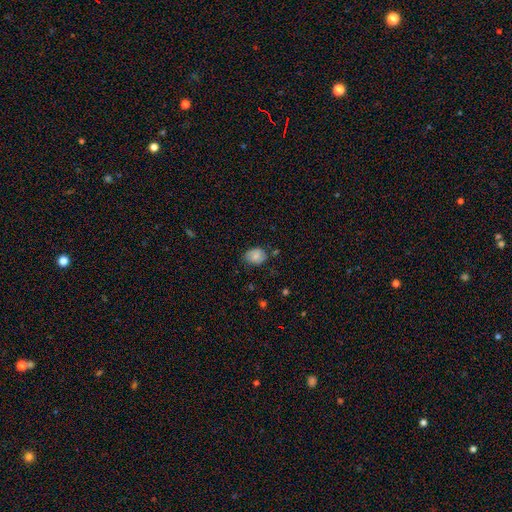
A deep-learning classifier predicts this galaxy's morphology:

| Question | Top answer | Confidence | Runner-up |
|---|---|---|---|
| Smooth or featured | smooth | 73% | featured or disk (18%) |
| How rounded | in between | 62% | round (37%) |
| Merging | none | 67% | minor disturbance (25%) |